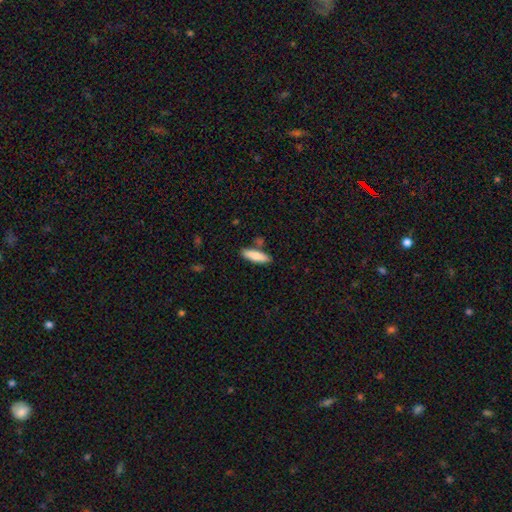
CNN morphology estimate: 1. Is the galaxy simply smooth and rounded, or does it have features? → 82% smooth, 12% featured or disk, 6% star or artifact.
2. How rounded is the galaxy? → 61% cigar-shaped, 37% in between, 2% round.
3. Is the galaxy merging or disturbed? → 81% none, 11% minor disturbance, 6% merger, 2% major disturbance.